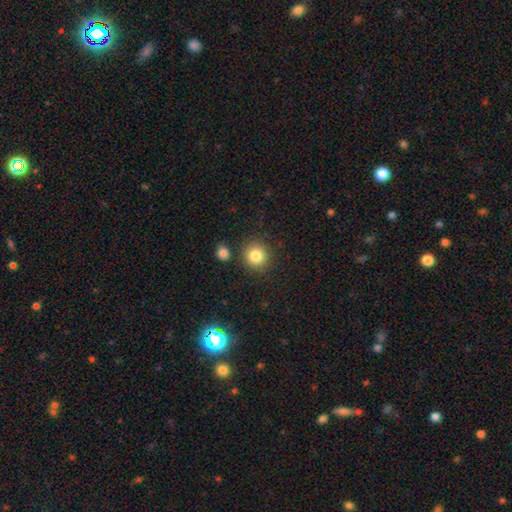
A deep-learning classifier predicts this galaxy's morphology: The model was most divided on "smooth or featured": smooth: 83%, star or artifact: 11%, featured or disk: 6%. More confident: how rounded — round (91%); merging — none (84%).